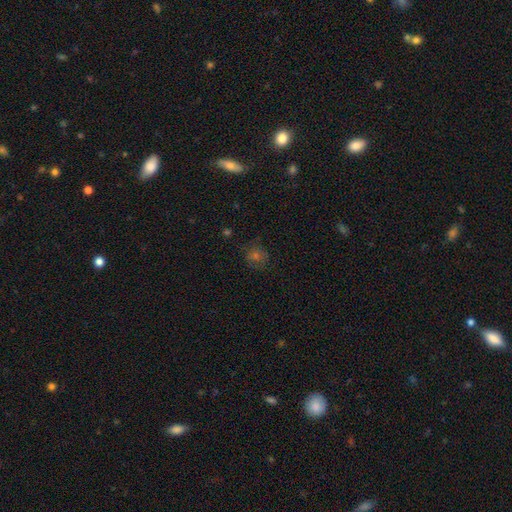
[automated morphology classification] Overall: smooth (54%; star or artifact 29%). How rounded: round (81%). Merging: none (80%).